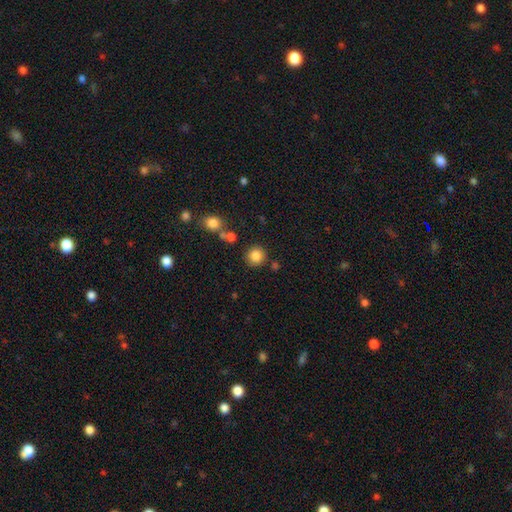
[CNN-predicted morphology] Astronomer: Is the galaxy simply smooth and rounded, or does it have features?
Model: smooth — 84%.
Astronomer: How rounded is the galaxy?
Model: round — 93%.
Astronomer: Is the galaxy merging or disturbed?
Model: none — 84%.